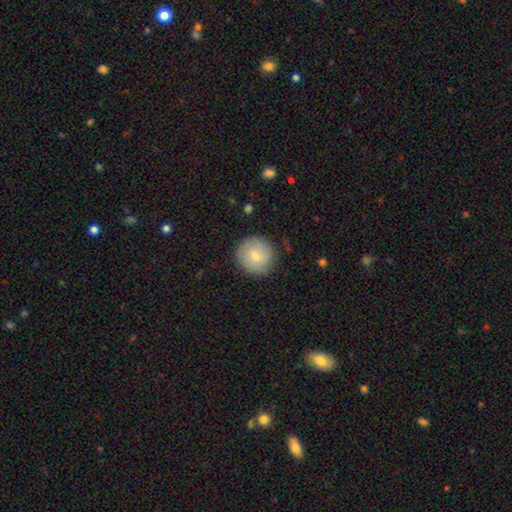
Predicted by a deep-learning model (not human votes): Q: Smooth or featured?
A: smooth (73%); runner-up: featured or disk (20%)
Q: How rounded?
A: round (95%); runner-up: in between (4%)
Q: Merging?
A: none (87%); runner-up: minor disturbance (9%)